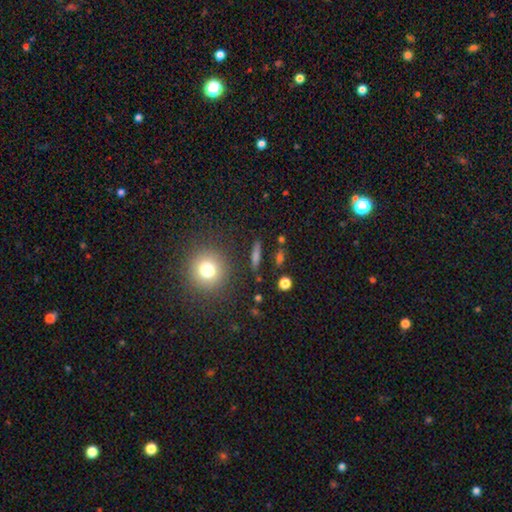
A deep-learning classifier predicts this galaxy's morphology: The model was most divided on "how rounded": cigar-shaped: 44%, round: 39%, in between: 17%. More confident: merging — none (89%); smooth or featured — smooth (64%).